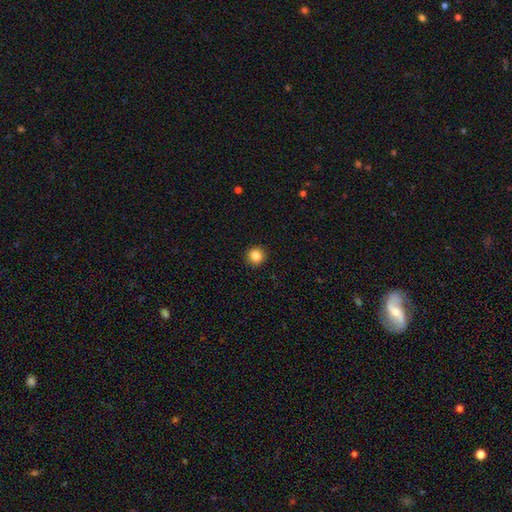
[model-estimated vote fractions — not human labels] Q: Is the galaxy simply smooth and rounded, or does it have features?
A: smooth — 85%.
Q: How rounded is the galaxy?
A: round — 95%.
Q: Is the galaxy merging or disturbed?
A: none — 93%.